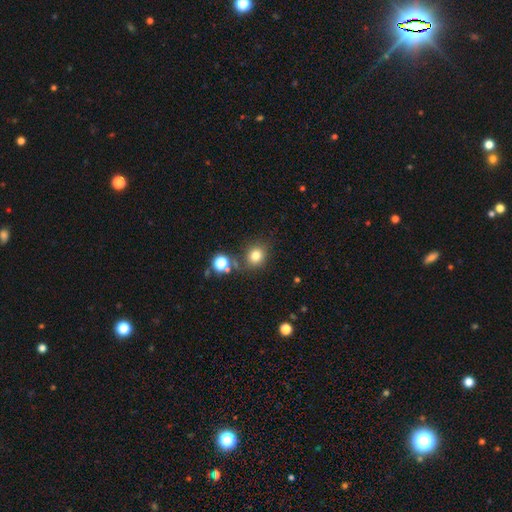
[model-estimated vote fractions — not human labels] Smooth or featured? Predicted: smooth (p=0.78). How rounded? Predicted: round (p=0.76). Merging? Predicted: none (p=0.74).